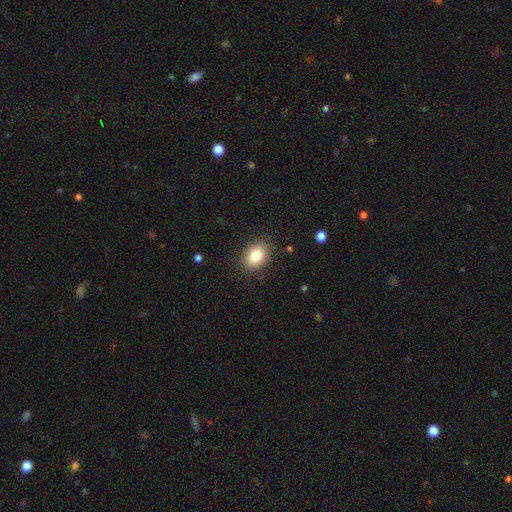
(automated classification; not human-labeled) Q: Smooth or featured?
A: smooth (84%); runner-up: star or artifact (9%)
Q: How rounded?
A: in between (72%); runner-up: round (27%)
Q: Merging?
A: none (86%); runner-up: minor disturbance (10%)